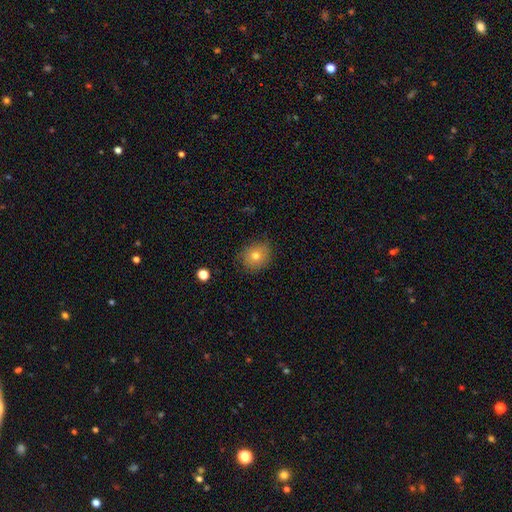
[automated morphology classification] A smooth galaxy with no disk features (75%) that is round (71%).

Vote fractions:
- Smooth or featured? smooth: 75% / featured or disk: 14% / star or artifact: 11%
- How rounded? round: 71% / in between: 28% / cigar-shaped: 1%
- Merging? none: 82% / minor disturbance: 14% / major disturbance: 3% / merger: 1%